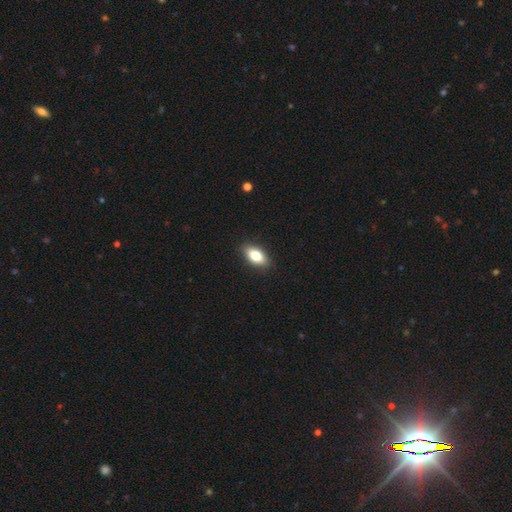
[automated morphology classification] This is likely a smooth galaxy (79%). How rounded: clearly in between (88%). Merging: clearly none (88%).